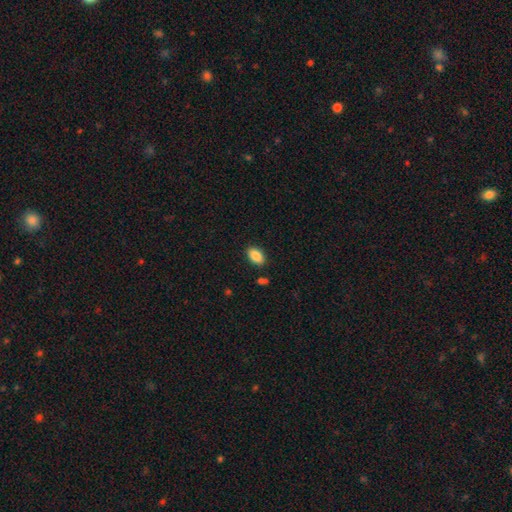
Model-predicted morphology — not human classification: This appears to be a smooth galaxy with no disk features (88%) that is in between round and cigar-shaped (91%). Merging: none (86%).